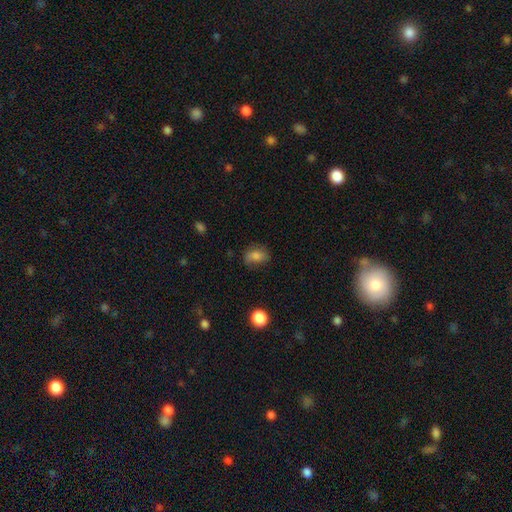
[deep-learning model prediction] Morphology: type=smooth (76%); roundness=in between (70%); merging=none (64%).